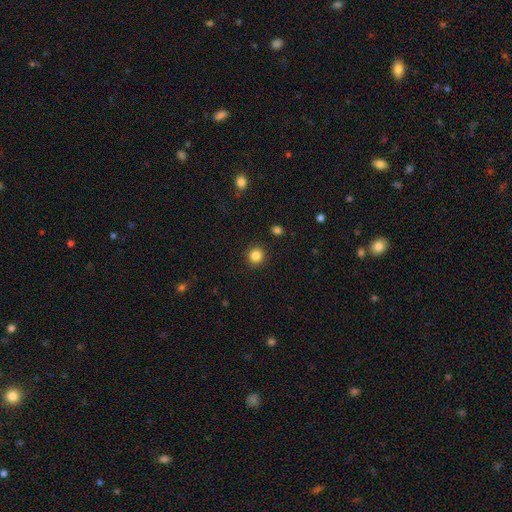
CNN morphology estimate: Smooth or featured?
  - smooth: 84% *
  - star or artifact: 11%
  - featured or disk: 4%
How rounded?
  - round: 92% *
  - in between: 7%
  - cigar-shaped: 1%
Merging?
  - none: 92% *
  - minor disturbance: 5%
  - major disturbance: 2%
  - merger: 1%